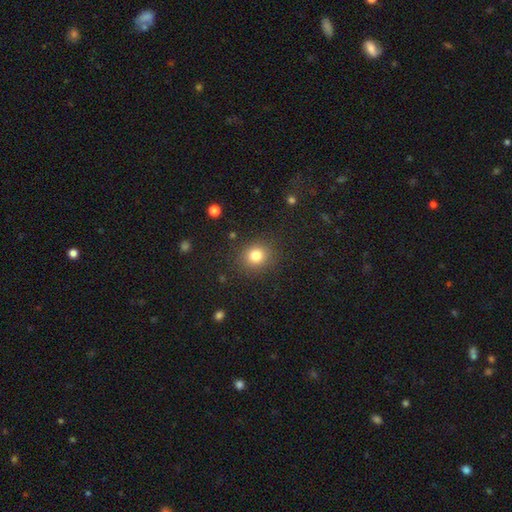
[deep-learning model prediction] Smooth or featured?
  - smooth: 81% *
  - star or artifact: 13%
  - featured or disk: 7%
How rounded?
  - round: 82% *
  - in between: 17%
  - cigar-shaped: 1%
Merging?
  - none: 87% *
  - minor disturbance: 8%
  - major disturbance: 3%
  - merger: 1%